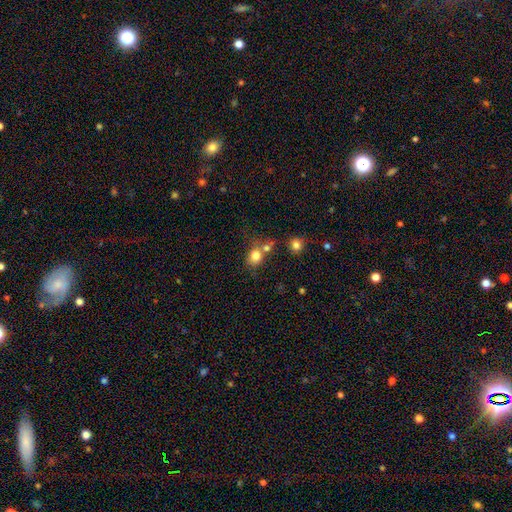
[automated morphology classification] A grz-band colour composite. It shows a smooth galaxy with no disk features (80%) that is round (61%). Merging: none (54%).